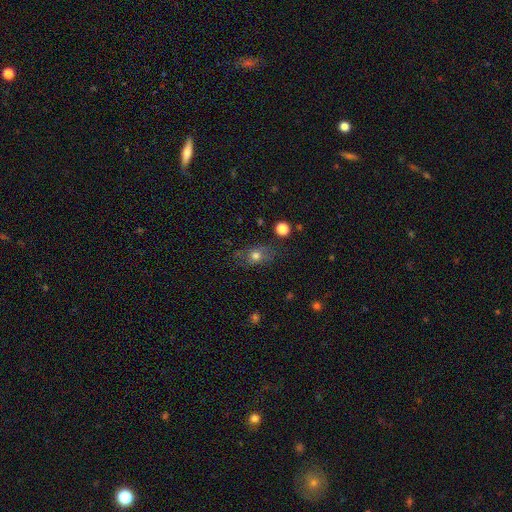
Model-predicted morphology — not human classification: Smooth or featured? Predicted: smooth (p=0.73). How rounded? Predicted: in between (p=0.57). Merging? Predicted: none (p=0.70).